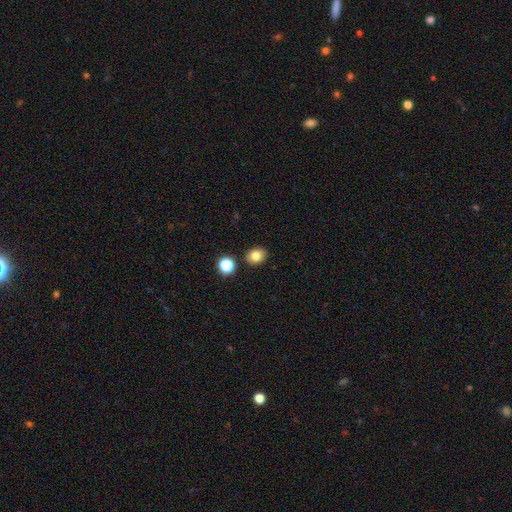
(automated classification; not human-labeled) Smooth or featured?
  - smooth: 81% *
  - star or artifact: 12%
  - featured or disk: 7%
How rounded?
  - round: 60% *
  - in between: 39%
  - cigar-shaped: 1%
Merging?
  - none: 87% *
  - minor disturbance: 7%
  - merger: 4%
  - major disturbance: 2%